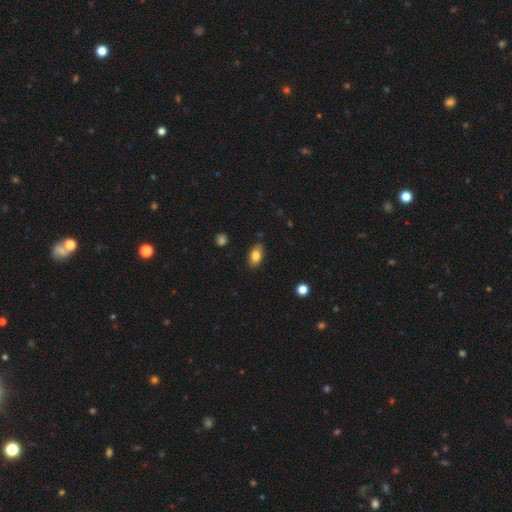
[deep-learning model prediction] Smooth or featured?
  - smooth: 81% *
  - featured or disk: 11%
  - star or artifact: 8%
How rounded?
  - in between: 90% *
  - round: 6%
  - cigar-shaped: 4%
Merging?
  - none: 83% *
  - minor disturbance: 13%
  - major disturbance: 3%
  - merger: 1%